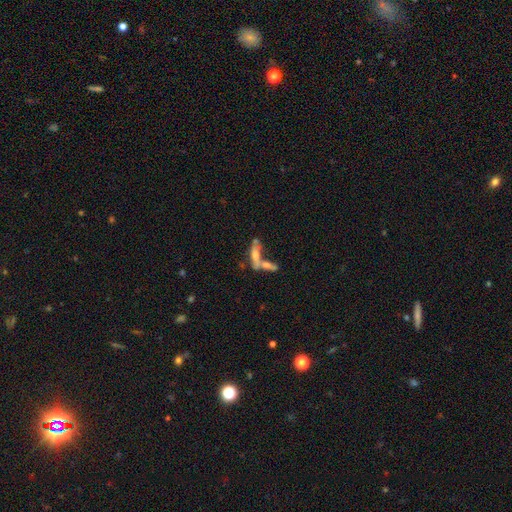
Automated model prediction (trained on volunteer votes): Morphology: type=smooth (49%); merging=merger (56%).